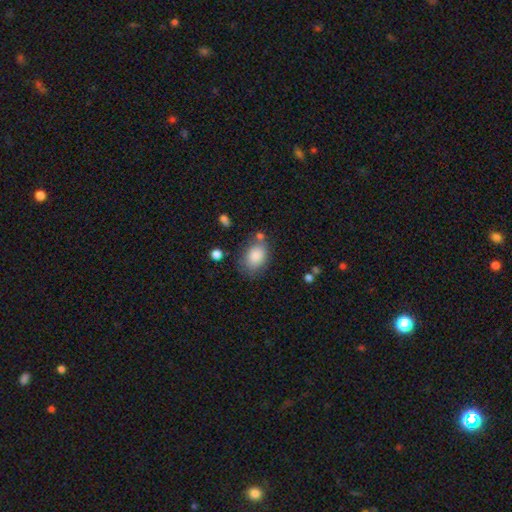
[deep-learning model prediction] smooth-or-featured: smooth: 86% | star or artifact: 8% | featured or disk: 7%
  how-rounded: in between: 79% | round: 20% | cigar-shaped: 1%
  merging: none: 69% | minor disturbance: 19% | merger: 7% | major disturbance: 6%